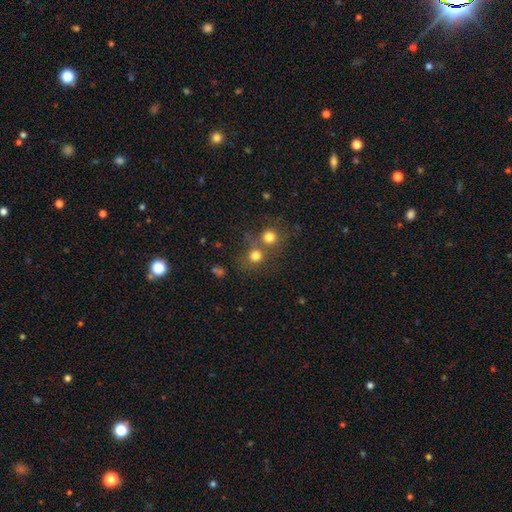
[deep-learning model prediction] Overall: smooth (74%). How rounded: round (87%). Merging: none (51%; merger 37%).